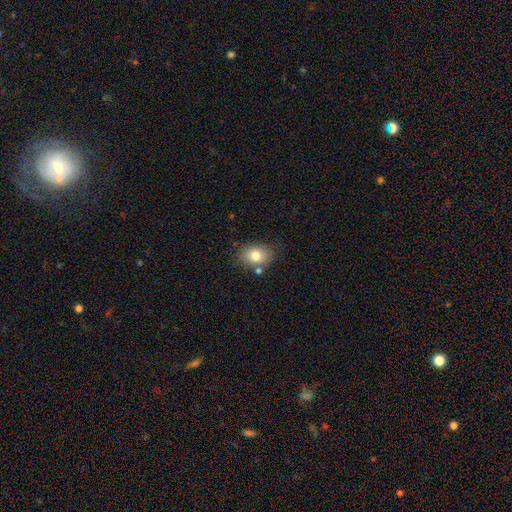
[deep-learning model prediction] This is likely a smooth galaxy (79%). How rounded: likely in between (67%). Merging: likely none (72%).